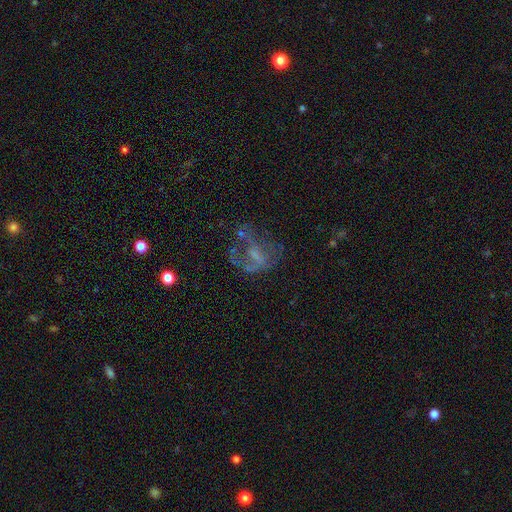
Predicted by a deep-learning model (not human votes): smooth-or-featured: featured or disk: 58% | smooth: 23% | star or artifact: 19%
  disk-edge-on: no: 97% | yes: 3%
    bar: no: 64% | weak: 29% | strong: 8%
    has-spiral-arms: no: 71% | yes: 29%
    bulge-size: none: 44% | small: 35% | moderate: 18% | large: 2% | dominant: 1%
  merging: major disturbance: 42% | none: 35% | minor disturbance: 16% | merger: 7%